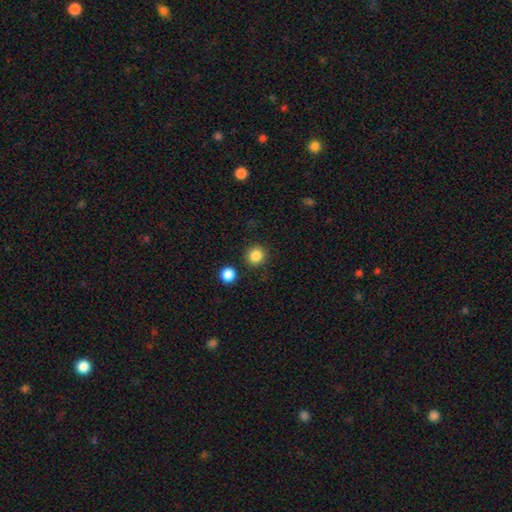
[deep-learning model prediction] This is clearly a smooth galaxy (86%). How rounded: clearly round (91%). Merging: clearly none (87%).